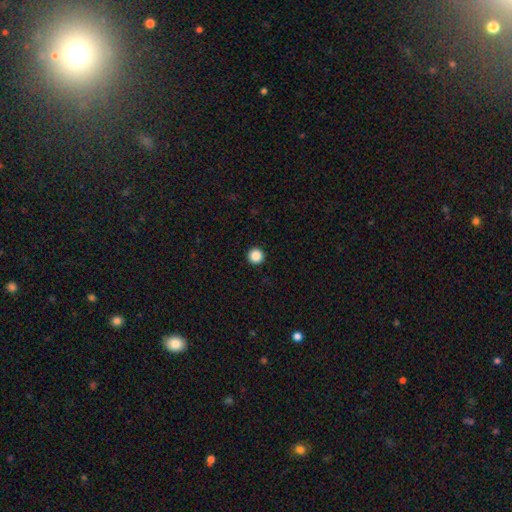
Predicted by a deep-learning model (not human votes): smooth 88%, star or artifact 10%, featured or disk 2%. Down the decision tree: how rounded — round (97%); merging — none (94%).